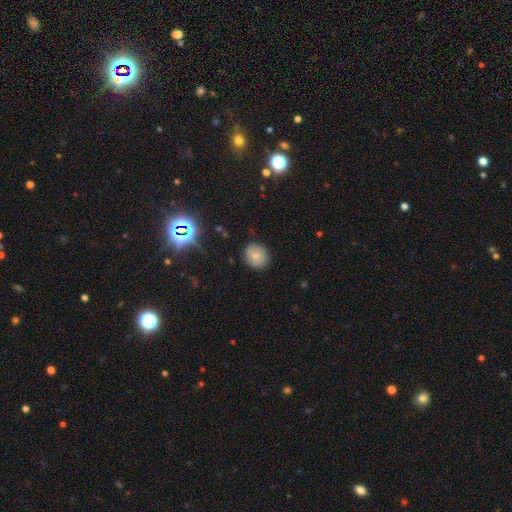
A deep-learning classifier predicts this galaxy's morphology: smooth_or_featured: smooth (p=0.64) [alt: featured or disk p=0.23]
how_rounded: round (p=0.79) [alt: in between p=0.20]
merging: none (p=0.83) [alt: minor disturbance p=0.12]